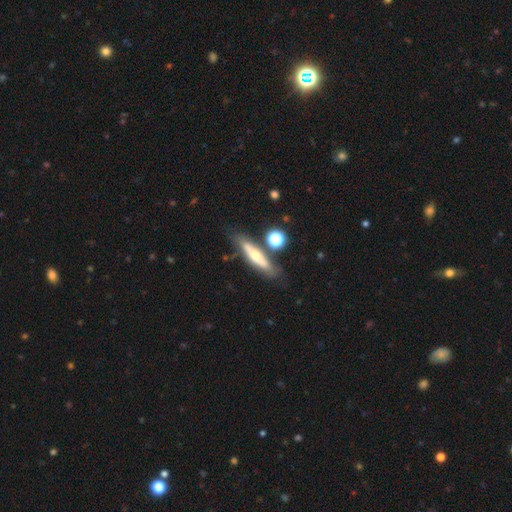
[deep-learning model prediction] A featured or disk galaxy (48%).

Vote fractions:
- Smooth or featured? featured or disk: 48% / smooth: 44% / star or artifact: 8%
- Merging? none: 69% / minor disturbance: 16% / merger: 9% / major disturbance: 6%